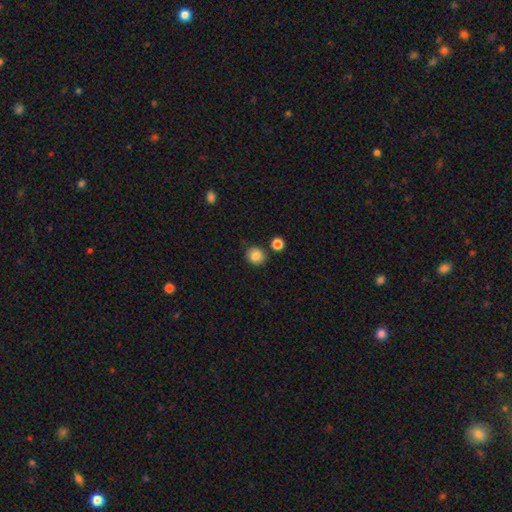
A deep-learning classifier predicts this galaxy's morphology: A smooth galaxy with no disk features (84%) that is round (84%). Merging: none (81%).